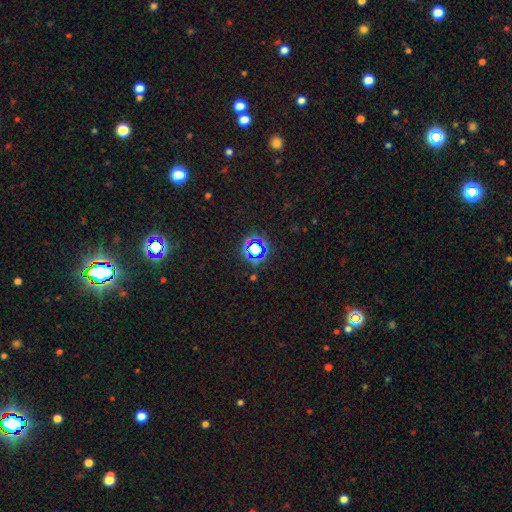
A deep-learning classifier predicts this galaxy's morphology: smooth_or_featured: star or artifact (p=0.76) [alt: smooth p=0.16]